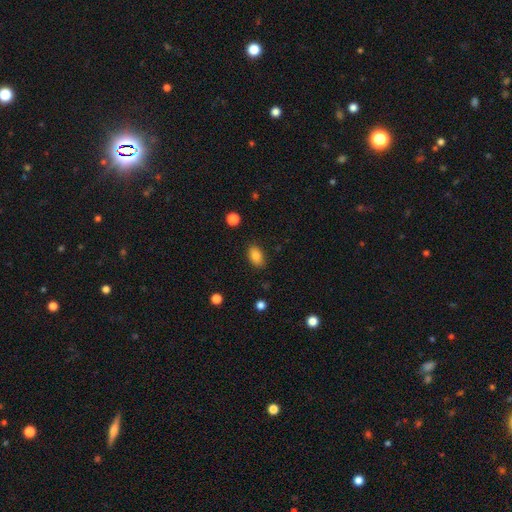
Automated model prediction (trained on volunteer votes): smooth 84%, star or artifact 9%, featured or disk 7%. Down the decision tree: how rounded — in between (88%); merging — none (85%).